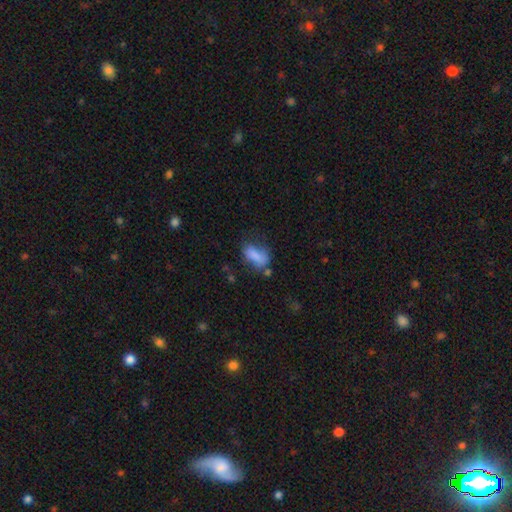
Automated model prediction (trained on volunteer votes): Morphology: type=smooth (76%); roundness=in between (85%); merging=none (38%).